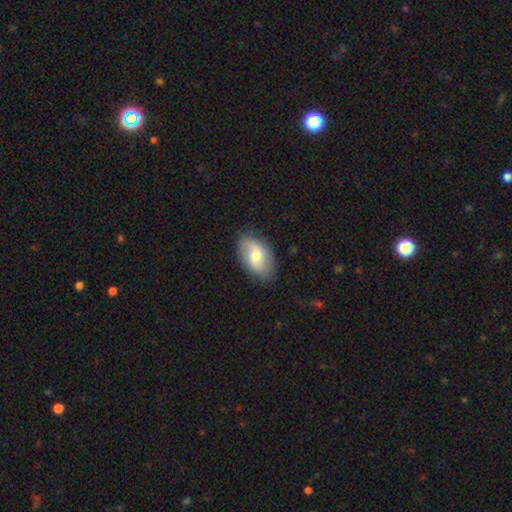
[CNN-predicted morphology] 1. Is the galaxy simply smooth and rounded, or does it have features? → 55% smooth, 39% featured or disk, 6% star or artifact.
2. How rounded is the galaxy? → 92% in between, 7% round, 2% cigar-shaped.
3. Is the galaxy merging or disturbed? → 84% none, 12% minor disturbance, 3% major disturbance, 1% merger.